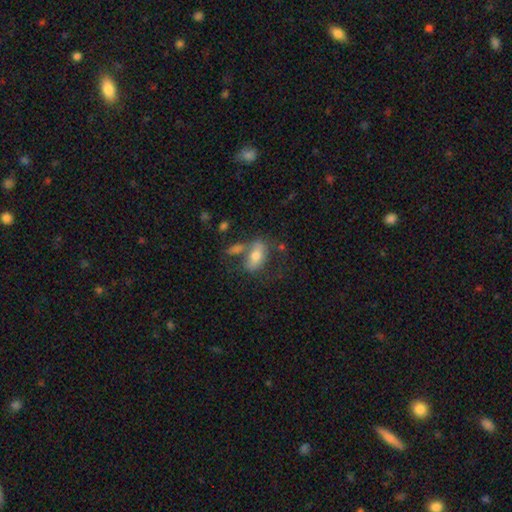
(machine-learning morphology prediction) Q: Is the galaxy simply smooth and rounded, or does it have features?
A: smooth — 61%.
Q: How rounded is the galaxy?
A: in between — 84%.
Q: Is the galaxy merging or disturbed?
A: none — 44%.